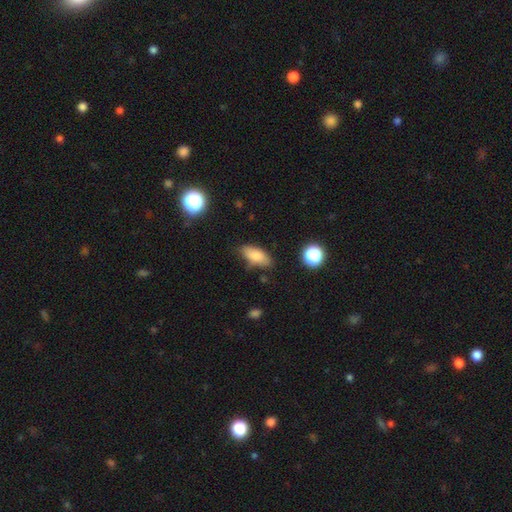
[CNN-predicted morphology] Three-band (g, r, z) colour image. It shows a smooth galaxy with no disk features (79%) that is in between round and cigar-shaped (83%). Merging: none (75%).